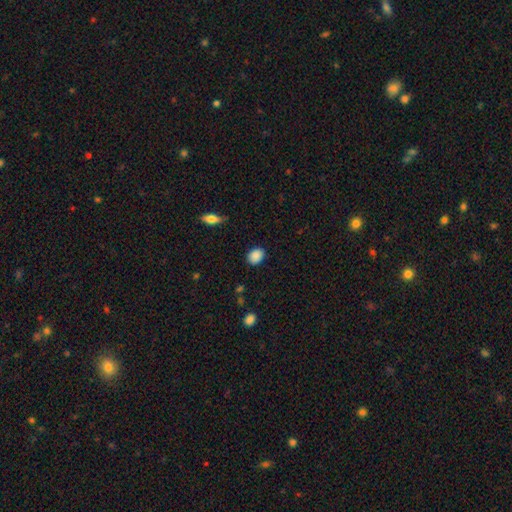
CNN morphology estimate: Smooth or featured: smooth — 88% (star or artifact — 8%)
How rounded: in between — 67% (round — 31%)
Merging: none — 86% (minor disturbance — 11%)